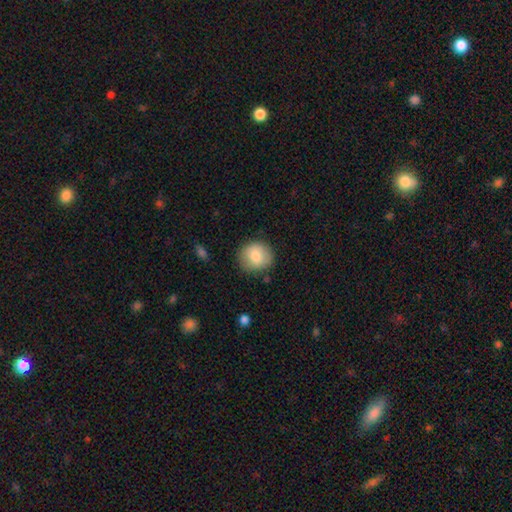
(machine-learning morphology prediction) Smooth or featured? Predicted: smooth (p=0.80). How rounded? Predicted: round (p=0.86). Merging? Predicted: none (p=0.84).